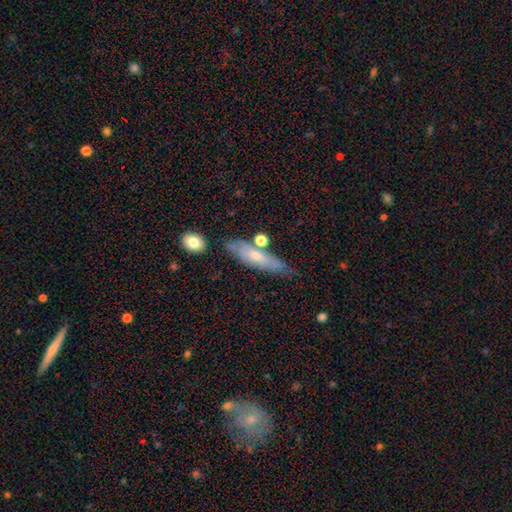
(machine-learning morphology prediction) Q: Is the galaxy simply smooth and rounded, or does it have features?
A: smooth — 53%.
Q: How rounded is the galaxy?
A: cigar-shaped — 62%.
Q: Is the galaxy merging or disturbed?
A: none — 63%.